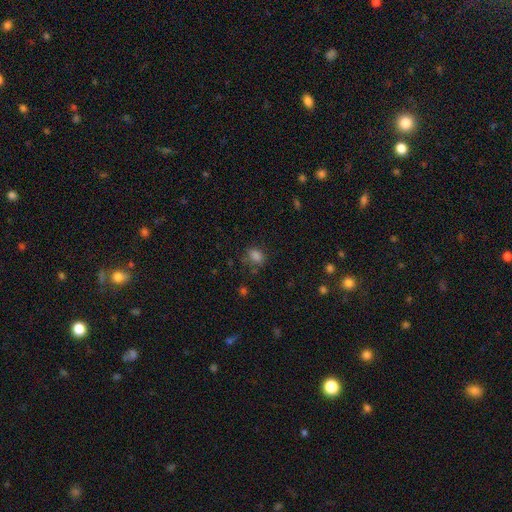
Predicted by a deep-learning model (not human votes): Smooth or featured? Predicted: smooth (p=0.81). How rounded? Predicted: in between (p=0.69). Merging? Predicted: none (p=0.68).